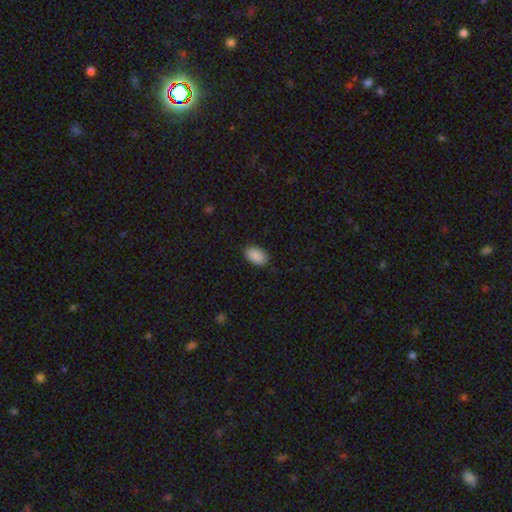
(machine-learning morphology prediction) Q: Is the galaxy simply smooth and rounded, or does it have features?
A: smooth — 90%.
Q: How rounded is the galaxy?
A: in between — 92%.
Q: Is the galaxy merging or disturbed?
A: none — 88%.